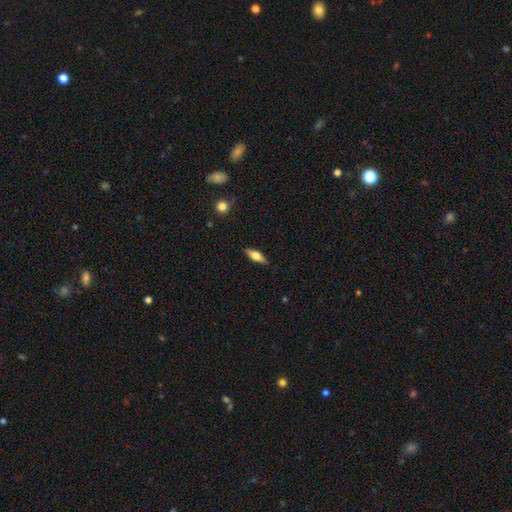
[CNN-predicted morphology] Smooth or featured: smooth — 50% (featured or disk — 43%)
How rounded: in between — 59% (cigar-shaped — 37%)
Merging: none — 86% (minor disturbance — 11%)